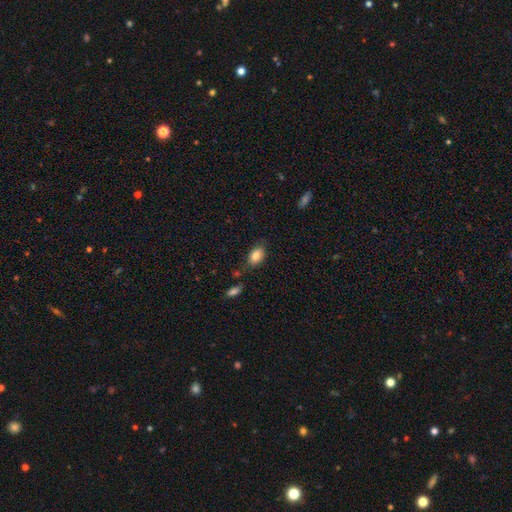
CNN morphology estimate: This appears to be a smooth galaxy with no disk features (84%) that is in between round and cigar-shaped (88%). Merging: none (74%).